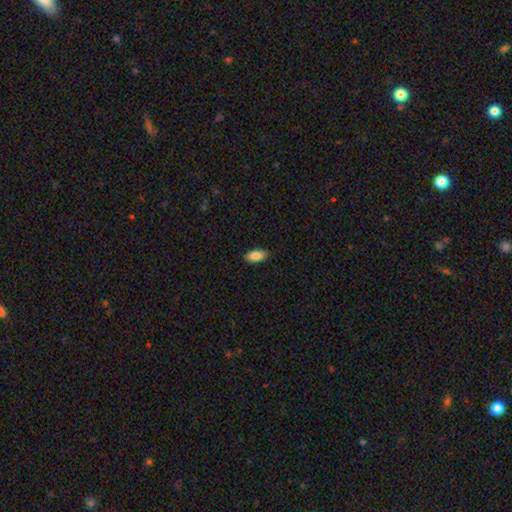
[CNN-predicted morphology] smooth 86%, featured or disk 7%, star or artifact 7%. Down the decision tree: how rounded — in between (91%); merging — none (88%).